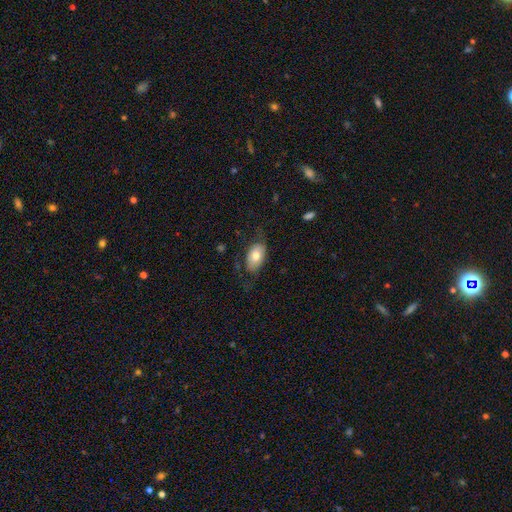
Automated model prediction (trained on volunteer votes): Overall: smooth (71%). How rounded: in between (92%). Merging: none (65%).